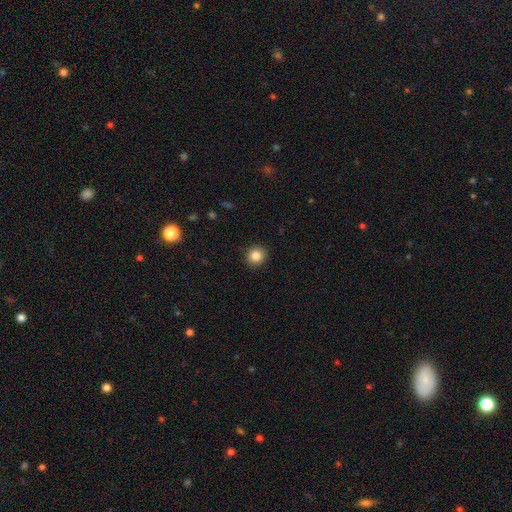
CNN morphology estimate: Q: Smooth or featured?
A: smooth (85%); runner-up: star or artifact (10%)
Q: How rounded?
A: round (90%); runner-up: in between (9%)
Q: Merging?
A: none (91%); runner-up: minor disturbance (6%)